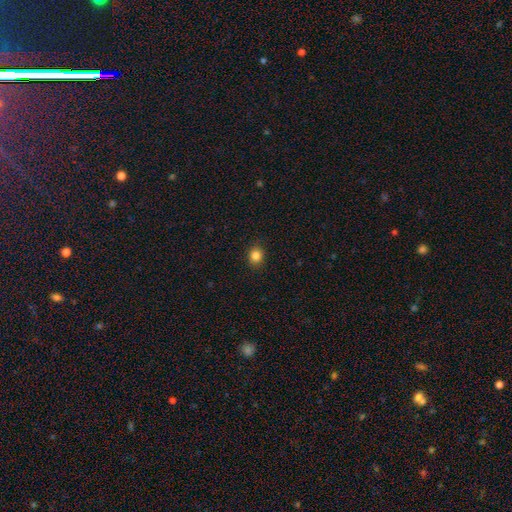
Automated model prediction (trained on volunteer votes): This appears to be a smooth galaxy with no disk features (84%) that is round (74%). Merging: none (89%).